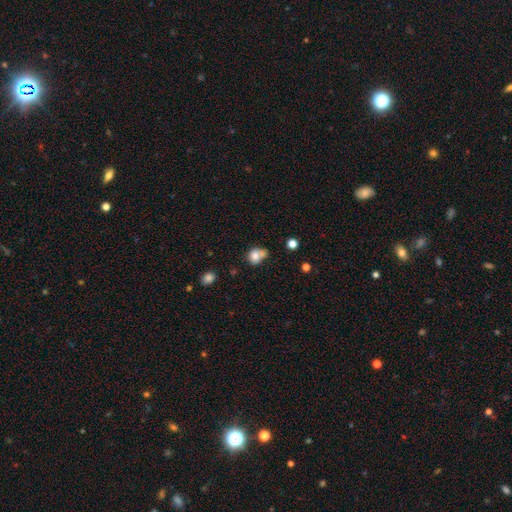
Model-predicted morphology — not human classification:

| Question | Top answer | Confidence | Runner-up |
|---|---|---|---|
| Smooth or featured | smooth | 77% | featured or disk (13%) |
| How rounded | round | 58% | in between (41%) |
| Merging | none | 34% | merger (31%) |